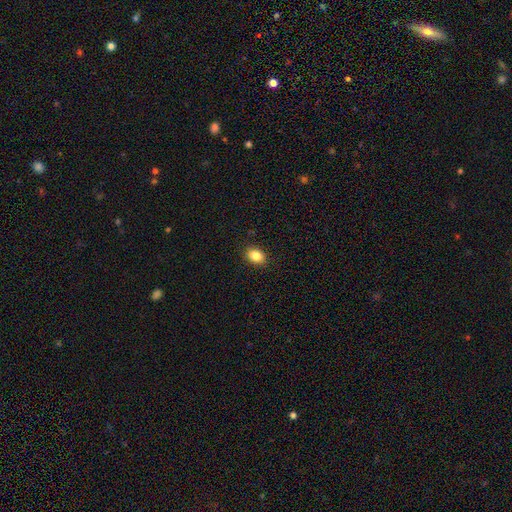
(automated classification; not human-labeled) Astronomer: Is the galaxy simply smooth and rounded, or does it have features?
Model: smooth — 86%.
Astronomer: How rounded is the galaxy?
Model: in between — 71%.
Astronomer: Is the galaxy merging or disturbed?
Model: none — 90%.